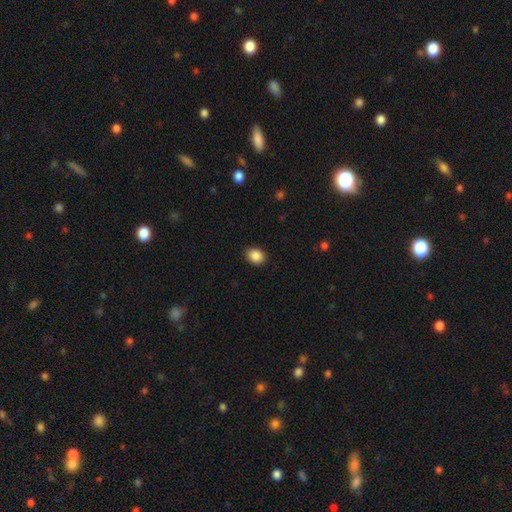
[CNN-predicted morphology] A smooth galaxy with no disk features (88%) that is in between round and cigar-shaped (57%).

Vote fractions:
- Smooth or featured? smooth: 88% / star or artifact: 9% / featured or disk: 3%
- How rounded? in between: 57% / round: 42% / cigar-shaped: 1%
- Merging? none: 90% / minor disturbance: 7% / major disturbance: 2% / merger: 1%